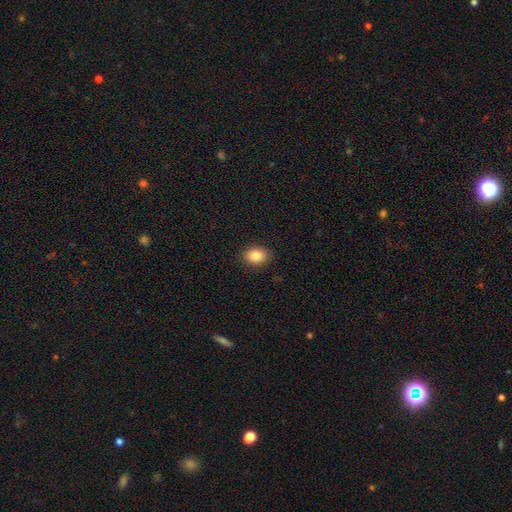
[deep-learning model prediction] smooth_or_featured: smooth (p=0.85) [alt: star or artifact p=0.09]
how_rounded: in between (p=0.62) [alt: round p=0.37]
merging: none (p=0.89) [alt: minor disturbance p=0.08]